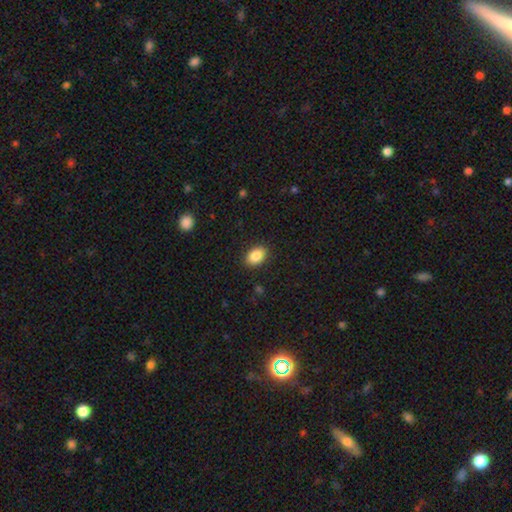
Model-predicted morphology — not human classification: Smooth or featured? smooth (87%)
How rounded? in between (82%)
Merging? none (89%)